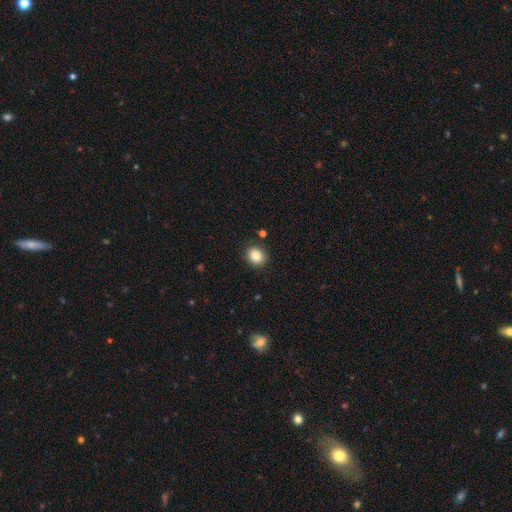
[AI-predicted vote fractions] This is clearly a smooth galaxy (85%). How rounded: likely round (61%). Merging: clearly none (87%).